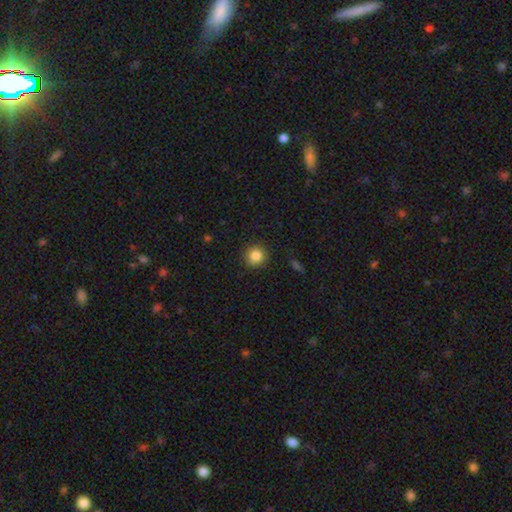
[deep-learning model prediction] Morphology: type=smooth (85%); roundness=round (92%); merging=none (90%).